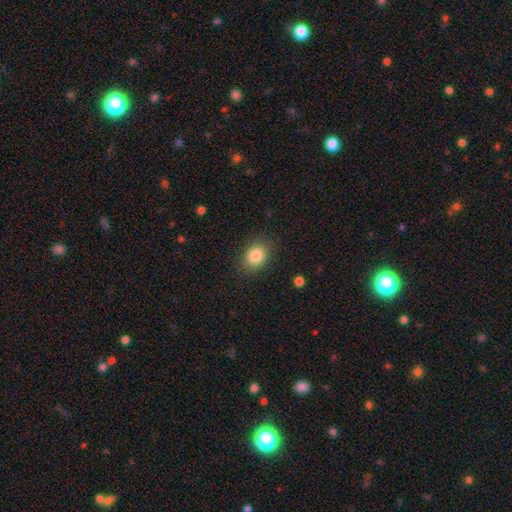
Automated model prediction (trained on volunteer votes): Smooth or featured?
  - smooth: 84% *
  - star or artifact: 9%
  - featured or disk: 6%
How rounded?
  - in between: 62% *
  - round: 37%
  - cigar-shaped: 1%
Merging?
  - none: 84% *
  - minor disturbance: 11%
  - major disturbance: 4%
  - merger: 1%